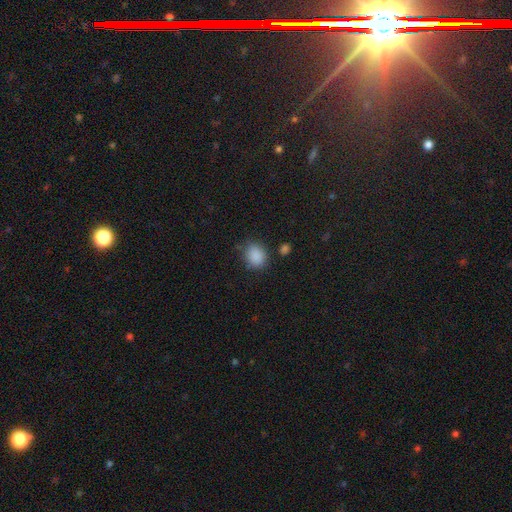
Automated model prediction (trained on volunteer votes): Overall: smooth (87%). How rounded: round (56%; in between 44%). Merging: none (77%).